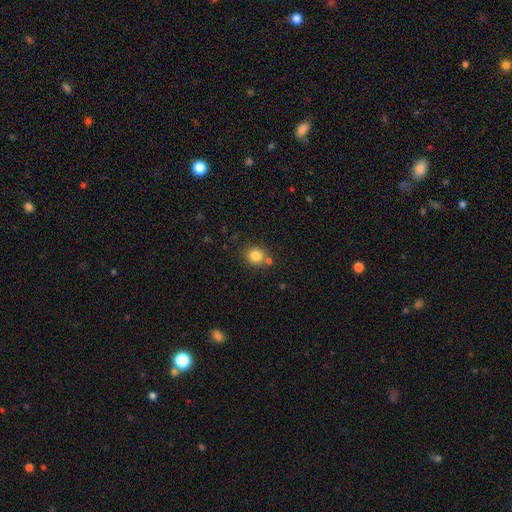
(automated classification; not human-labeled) Overall: smooth (83%). How rounded: round (78%). Merging: none (72%).